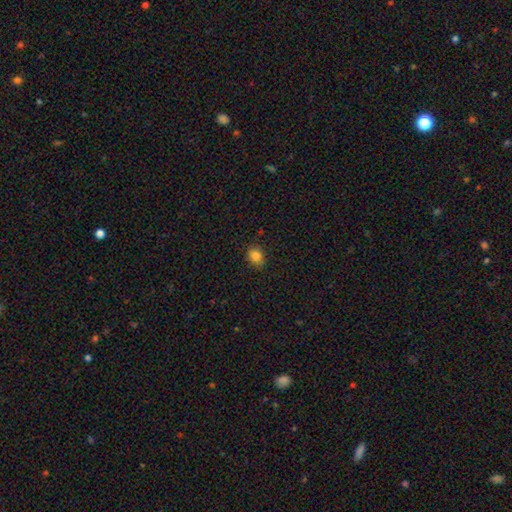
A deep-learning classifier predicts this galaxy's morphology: This appears to be a smooth galaxy with no disk features (83%) that is round (50%). Merging: none (81%).